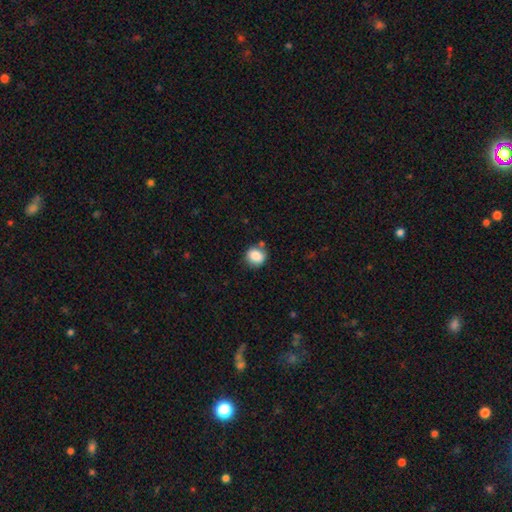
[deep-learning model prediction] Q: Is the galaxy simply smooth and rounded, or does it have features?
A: smooth — 86%.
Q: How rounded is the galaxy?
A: round — 82%.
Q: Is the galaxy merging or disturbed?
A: none — 77%.